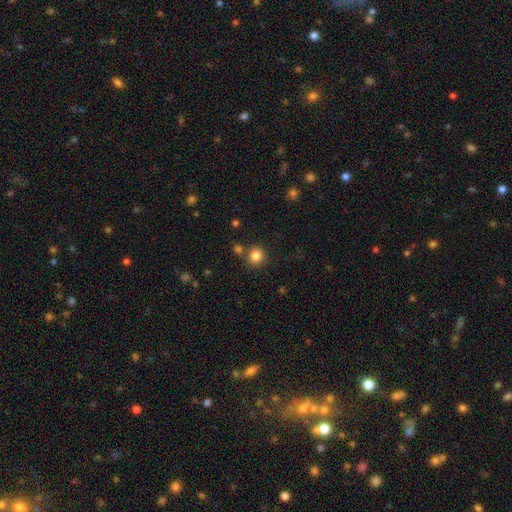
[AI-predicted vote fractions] Overall: smooth (83%). How rounded: round (88%). Merging: none (78%).